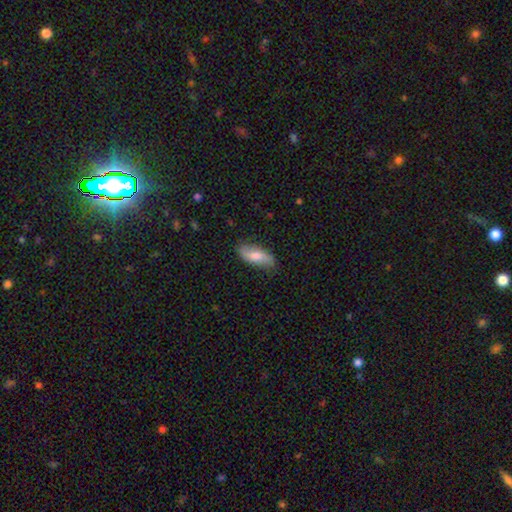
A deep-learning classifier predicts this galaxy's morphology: smooth-or-featured: smooth: 61% | featured or disk: 33% | star or artifact: 6%
  how-rounded: in between: 80% | cigar-shaped: 17% | round: 3%
  merging: none: 79% | minor disturbance: 16% | major disturbance: 3% | merger: 1%